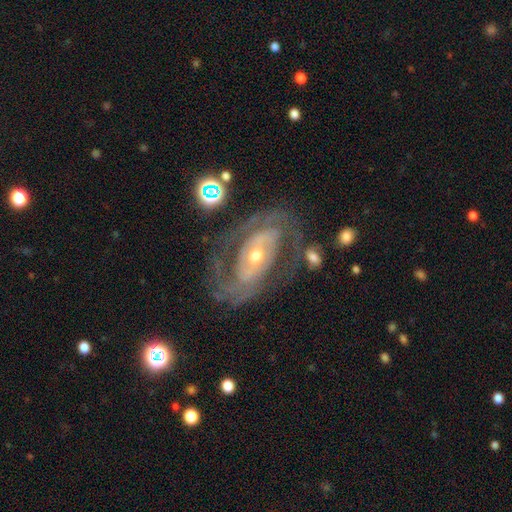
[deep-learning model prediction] Smooth or featured? Predicted: featured or disk (p=0.88). Edge-on disk? Predicted: no (p=0.95). Bar? Predicted: no (p=0.48). Spiral arms? Predicted: yes (p=0.92). Spiral winding? Predicted: tight (p=0.51). Spiral arm count? Predicted: 2 (p=0.67). Bulge size? Predicted: moderate (p=0.50). Merging? Predicted: none (p=0.69).